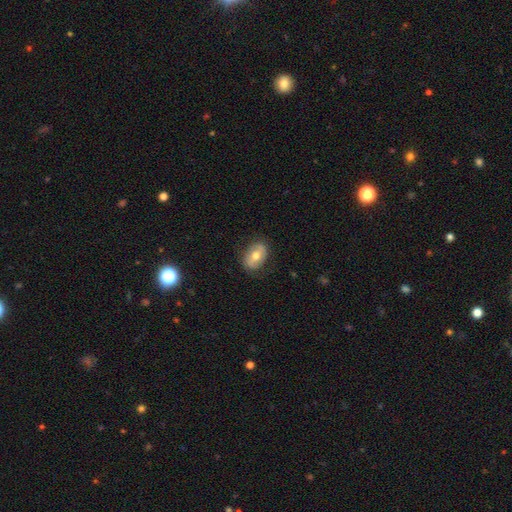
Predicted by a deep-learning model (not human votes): smooth_or_featured: smooth (p=0.52) [alt: featured or disk p=0.41]
how_rounded: in between (p=0.79) [alt: round p=0.20]
merging: none (p=0.79) [alt: minor disturbance p=0.15]